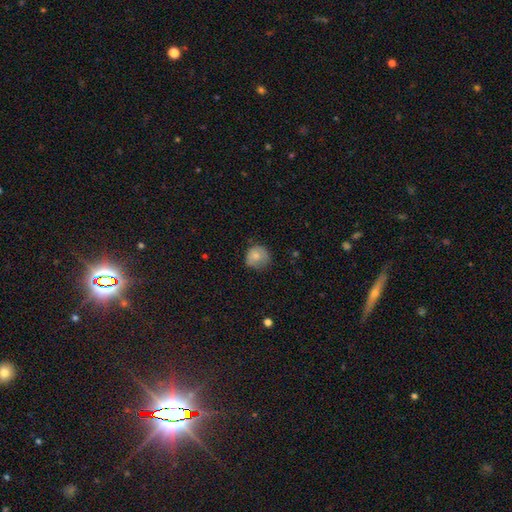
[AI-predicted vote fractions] smooth_or_featured: smooth (p=0.72) [alt: featured or disk p=0.20]
how_rounded: round (p=0.84) [alt: in between p=0.15]
merging: none (p=0.63) [alt: minor disturbance p=0.27]